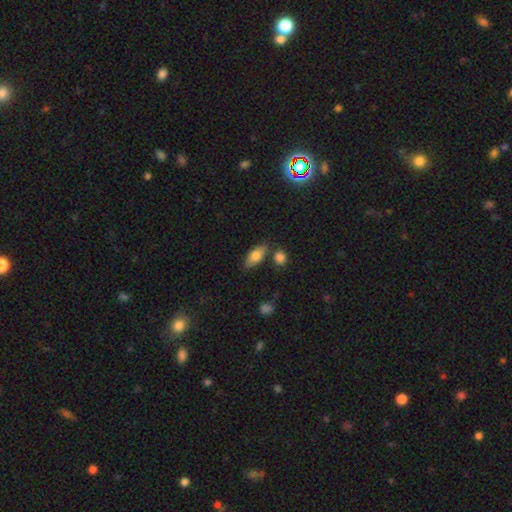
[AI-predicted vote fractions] smooth_or_featured: smooth (p=0.77) [alt: featured or disk p=0.16]
how_rounded: in between (p=0.84) [alt: cigar-shaped p=0.12]
merging: none (p=0.73) [alt: minor disturbance p=0.14]